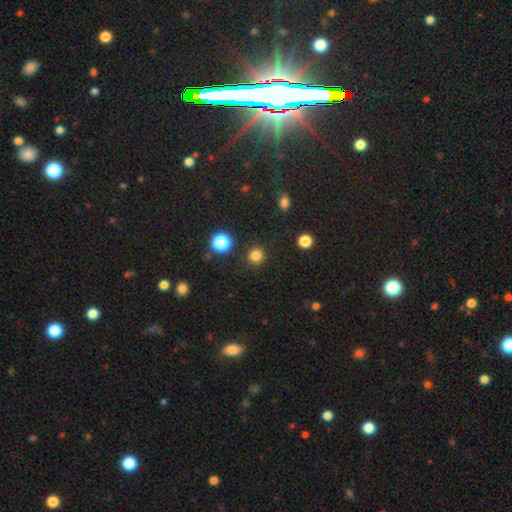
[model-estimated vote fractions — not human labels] smooth-or-featured: smooth: 81% | star or artifact: 15% | featured or disk: 4%
  how-rounded: round: 94% | in between: 5% | cigar-shaped: 1%
  merging: none: 91% | minor disturbance: 6% | major disturbance: 2% | merger: 2%